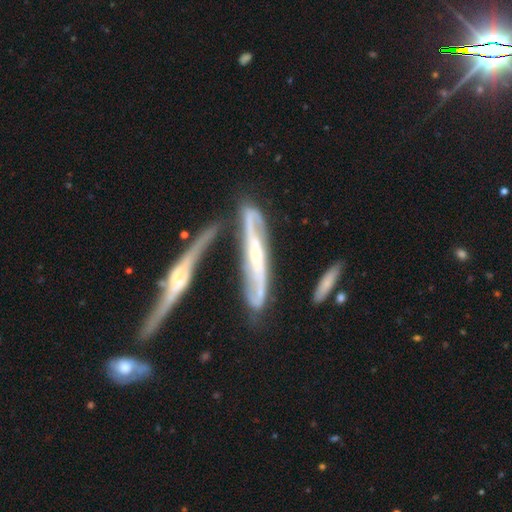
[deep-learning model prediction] smooth_or_featured: featured or disk (p=0.83) [alt: smooth p=0.11]
disk_edge_on: yes (p=0.56) [alt: no p=0.44]
merging: none (p=0.44) [alt: merger p=0.26]